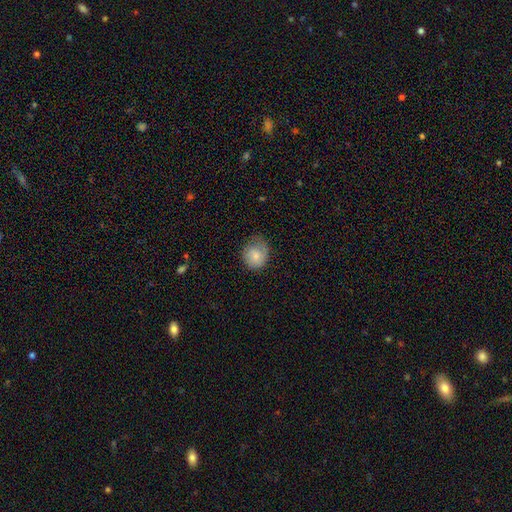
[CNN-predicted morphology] This appears to be a smooth galaxy with no disk features (74%) that is round (71%). Merging: none (53%).